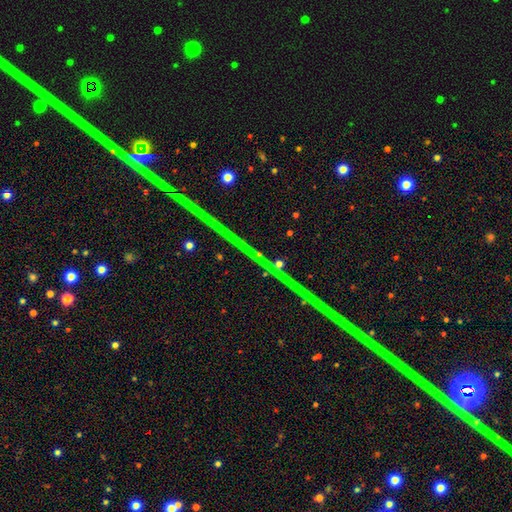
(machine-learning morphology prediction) A star or artifact, not a galaxy (87%).